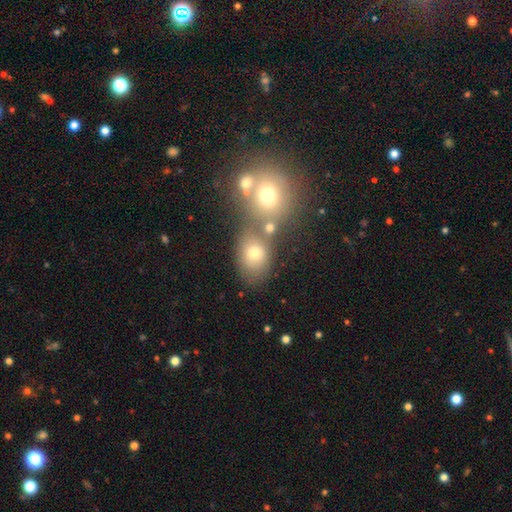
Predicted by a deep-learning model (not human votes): smooth_or_featured: smooth (p=0.70) [alt: featured or disk p=0.16]
how_rounded: in between (p=0.52) [alt: round p=0.47]
merging: none (p=0.48) [alt: merger p=0.34]